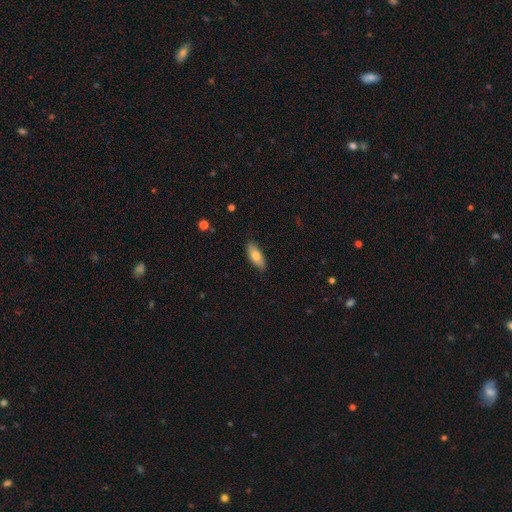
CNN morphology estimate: Q: Smooth or featured?
A: smooth (76%); runner-up: featured or disk (18%)
Q: How rounded?
A: in between (76%); runner-up: cigar-shaped (22%)
Q: Merging?
A: none (87%); runner-up: minor disturbance (10%)